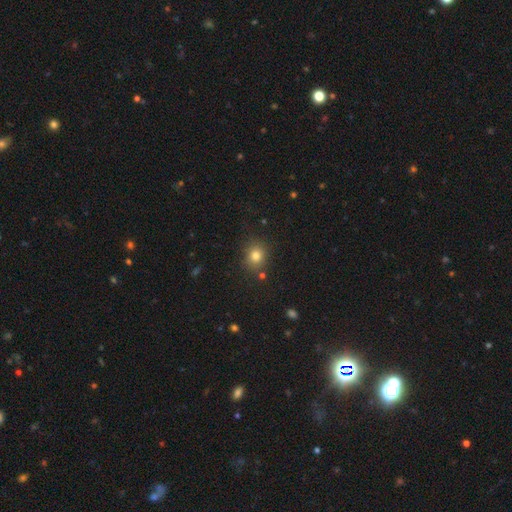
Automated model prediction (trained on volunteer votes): This appears to be a smooth galaxy with no disk features (78%) that is round (74%). Merging: none (84%).